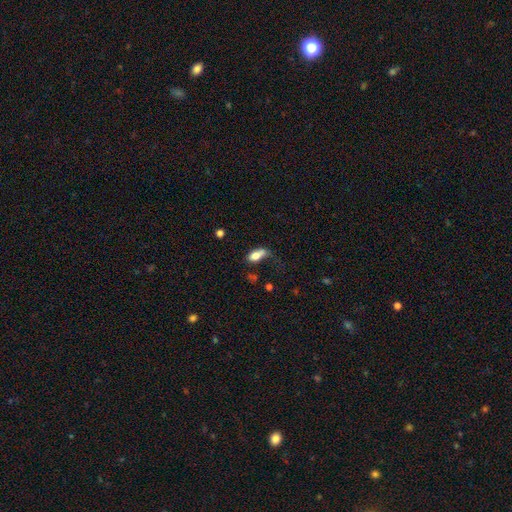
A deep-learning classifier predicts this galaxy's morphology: Smooth or featured?
  - smooth: 75% *
  - featured or disk: 16%
  - star or artifact: 9%
How rounded?
  - in between: 84% *
  - round: 10%
  - cigar-shaped: 6%
Merging?
  - none: 29% *
  - major disturbance: 28%
  - minor disturbance: 24%
  - merger: 19%